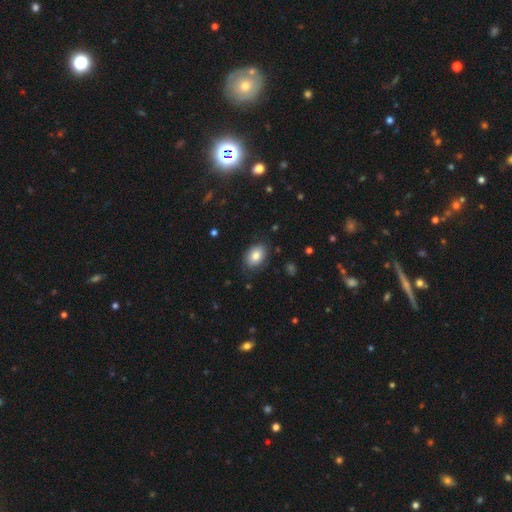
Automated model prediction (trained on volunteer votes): Overall: smooth (83%). How rounded: in between (81%). Merging: none (83%).